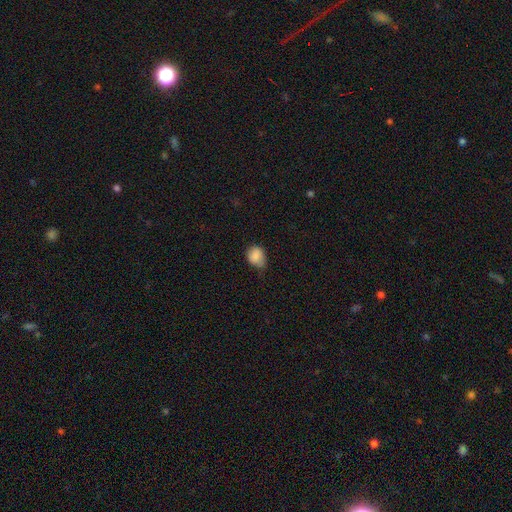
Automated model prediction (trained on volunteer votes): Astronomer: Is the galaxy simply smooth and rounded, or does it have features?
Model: smooth — 85%.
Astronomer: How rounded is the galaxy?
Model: round — 55% (runner-up: in between, 44%).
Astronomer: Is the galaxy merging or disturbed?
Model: none — 50% (runner-up: minor disturbance, 39%).